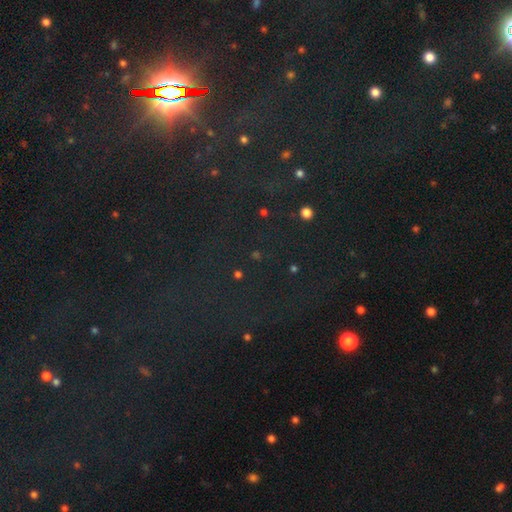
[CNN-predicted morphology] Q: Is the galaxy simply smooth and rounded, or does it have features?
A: star or artifact — 81%.